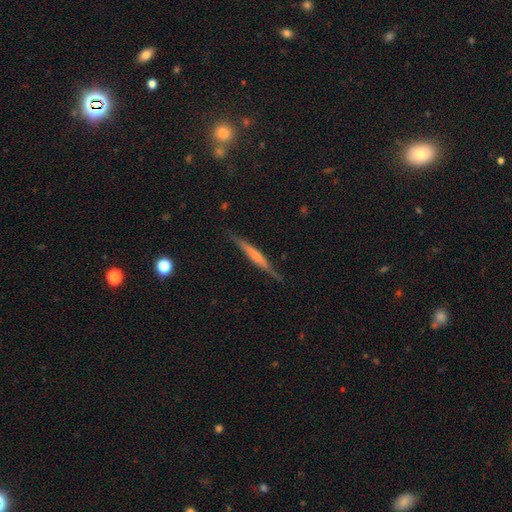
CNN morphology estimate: Overall: featured or disk (59%; smooth 35%). Edge-on disk: yes (96%). Edge-on bulge: none (45%; rounded 30%). Merging: none (83%).